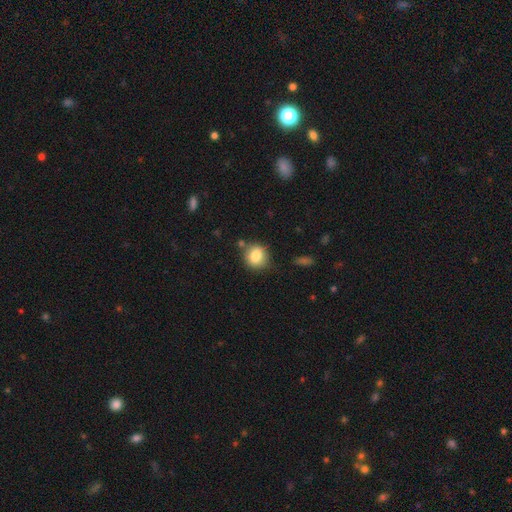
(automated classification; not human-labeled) smooth_or_featured: smooth (p=0.83) [alt: star or artifact p=0.09]
how_rounded: round (p=0.78) [alt: in between p=0.21]
merging: none (p=0.74) [alt: minor disturbance p=0.16]